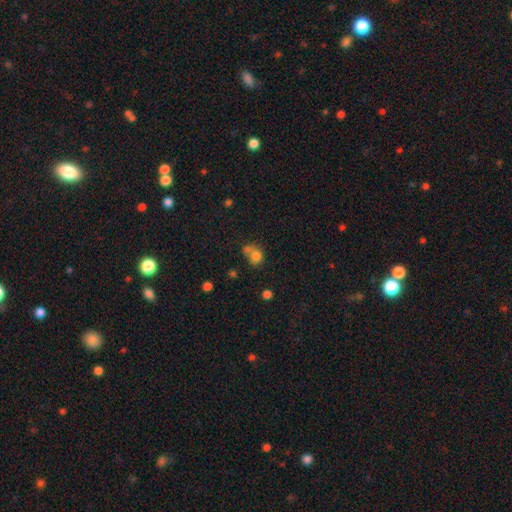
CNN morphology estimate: The model was most divided on "merging": merger: 44%, none: 36%, minor disturbance: 13%, major disturbance: 7%. More confident: smooth or featured — smooth (77%); how rounded — round (69%).